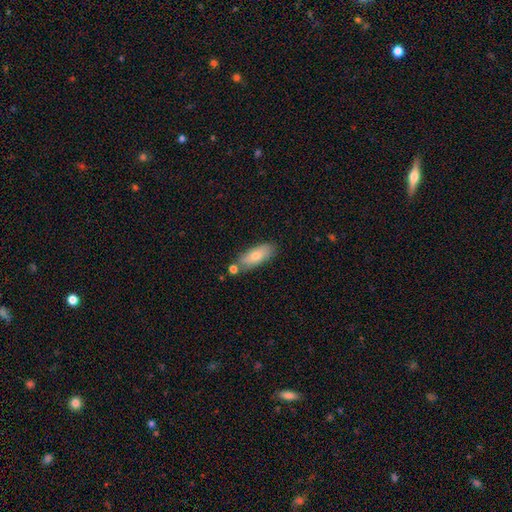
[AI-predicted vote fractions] smooth-or-featured: smooth: 71% | featured or disk: 21% | star or artifact: 7%
  how-rounded: in between: 71% | cigar-shaped: 26% | round: 3%
  merging: none: 73% | minor disturbance: 15% | merger: 9% | major disturbance: 3%